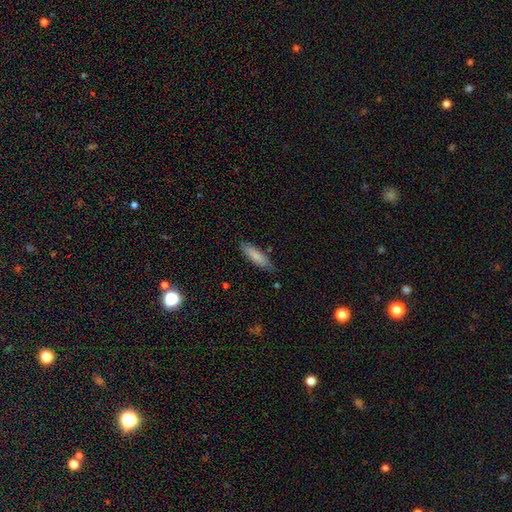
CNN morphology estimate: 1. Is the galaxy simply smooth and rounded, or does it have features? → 83% smooth, 11% featured or disk, 6% star or artifact.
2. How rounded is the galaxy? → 59% cigar-shaped, 40% in between, 1% round.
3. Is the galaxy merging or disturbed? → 79% none, 16% minor disturbance, 3% major disturbance, 2% merger.